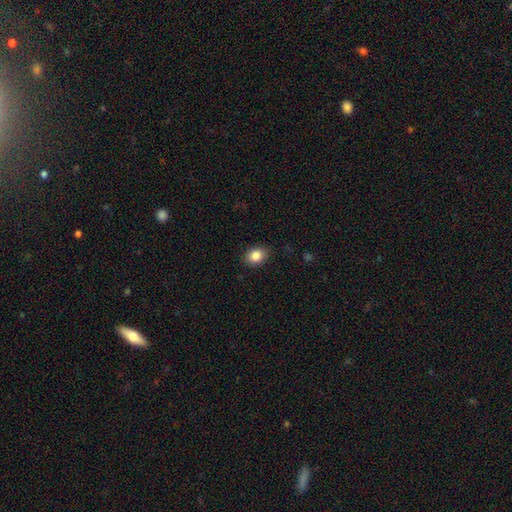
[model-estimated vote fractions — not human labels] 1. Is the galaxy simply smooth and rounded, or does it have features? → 85% smooth, 9% star or artifact, 6% featured or disk.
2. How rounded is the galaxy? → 58% in between, 41% round, 1% cigar-shaped.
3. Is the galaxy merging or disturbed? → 88% none, 9% minor disturbance, 2% major disturbance, 1% merger.